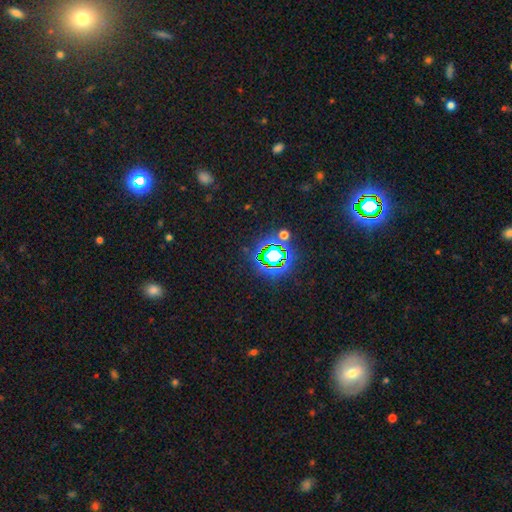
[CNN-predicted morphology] star or artifact 76%, smooth 16%, featured or disk 9%.